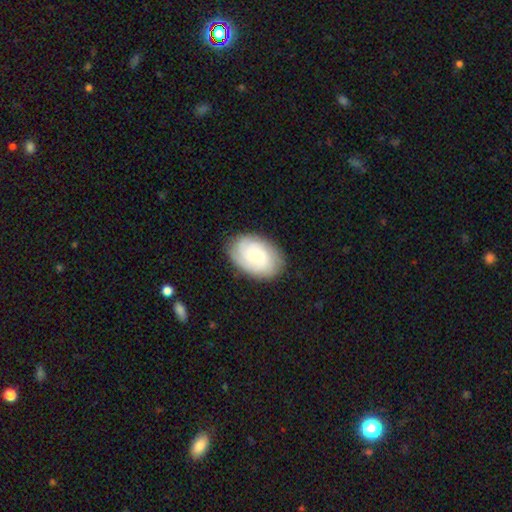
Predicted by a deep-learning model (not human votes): This is possibly a featured or disk galaxy (57%). It is clearly not viewed edge-on (96%). Bar: likely no (77%). Spiral arm pattern: clearly yes (87%). Central bulge: possibly small (51%). Merging: clearly none (81%).